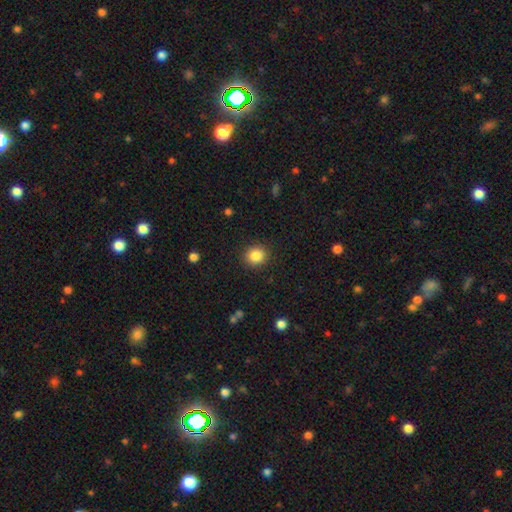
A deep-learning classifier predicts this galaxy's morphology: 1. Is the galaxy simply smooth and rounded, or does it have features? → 86% smooth, 10% star or artifact, 4% featured or disk.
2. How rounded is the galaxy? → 88% round, 11% in between, 1% cigar-shaped.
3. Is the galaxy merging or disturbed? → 90% none, 6% minor disturbance, 2% major disturbance, 1% merger.